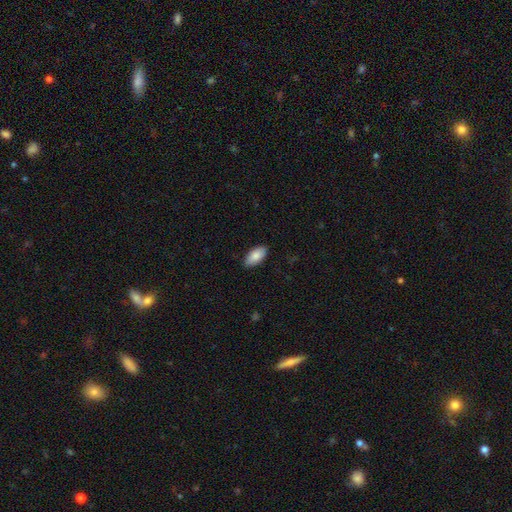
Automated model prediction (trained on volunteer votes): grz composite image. It shows a smooth galaxy with no disk features (86%) that is in between round and cigar-shaped (93%). Merging: none (85%).